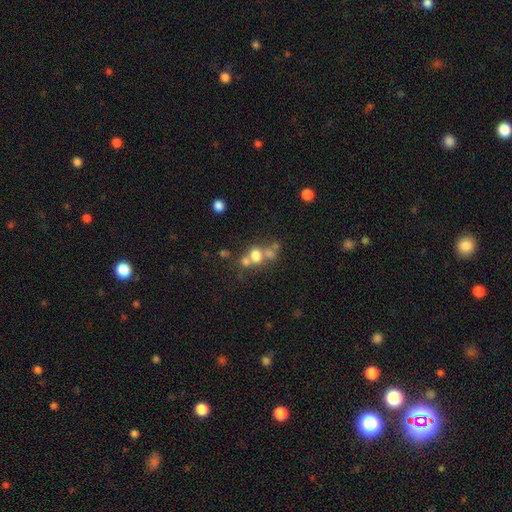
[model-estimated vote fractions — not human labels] smooth-or-featured: smooth: 64% | featured or disk: 19% | star or artifact: 17%
  how-rounded: round: 77% | in between: 22% | cigar-shaped: 1%
  merging: merger: 46% | none: 39% | minor disturbance: 8% | major disturbance: 6%